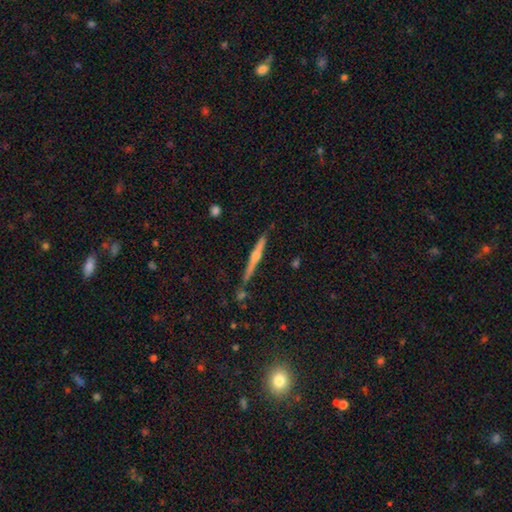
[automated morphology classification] This appears to be a featured or disk galaxy (75%) viewed edge-on (97%) with a rounded central bulge (80%). Merging: none (86%).